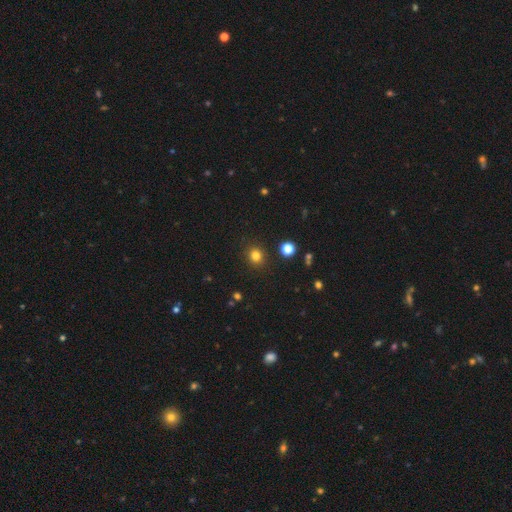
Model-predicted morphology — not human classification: This is clearly a smooth galaxy (81%). How rounded: clearly round (85%). Merging: clearly none (89%).